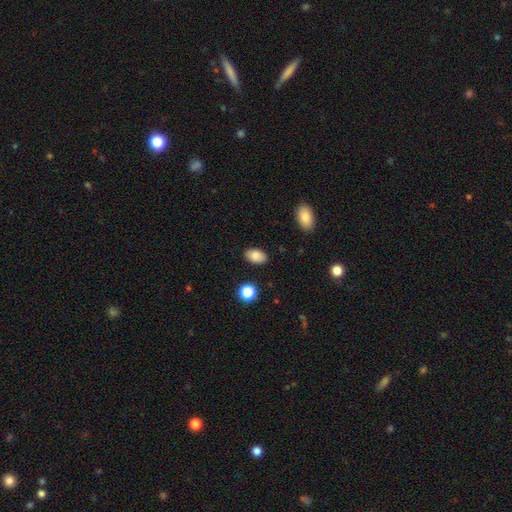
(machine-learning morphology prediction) Q: Smooth or featured?
A: smooth (84%); runner-up: featured or disk (8%)
Q: How rounded?
A: in between (91%); runner-up: round (7%)
Q: Merging?
A: none (87%); runner-up: minor disturbance (10%)